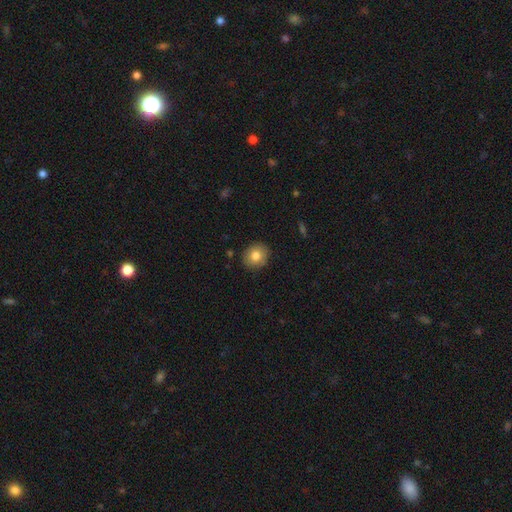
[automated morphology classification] The model was most divided on "how rounded": round: 78%, in between: 22%, cigar-shaped: 1%. More confident: merging — none (88%); smooth or featured — smooth (81%).